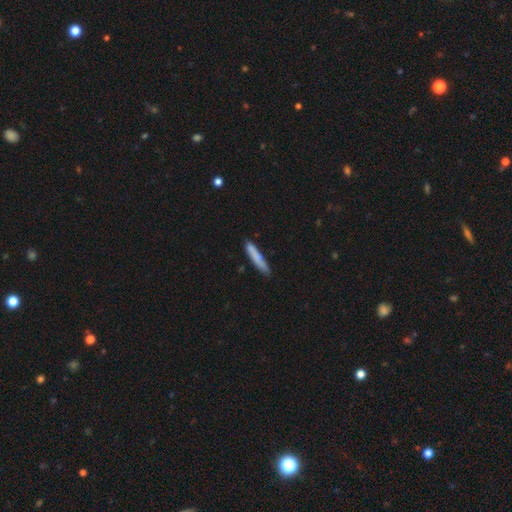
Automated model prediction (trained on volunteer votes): Q: Smooth or featured?
A: smooth (79%); runner-up: featured or disk (15%)
Q: How rounded?
A: cigar-shaped (93%); runner-up: in between (6%)
Q: Merging?
A: none (79%); runner-up: minor disturbance (16%)